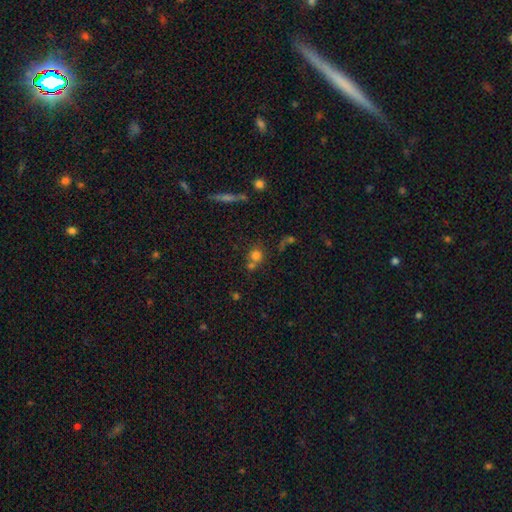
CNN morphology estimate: A smooth galaxy with no disk features (73%) that is round (85%).

Vote fractions:
- Smooth or featured? smooth: 73% / star or artifact: 15% / featured or disk: 12%
- How rounded? round: 85% / in between: 14% / cigar-shaped: 2%
- Merging? none: 48% / merger: 38% / minor disturbance: 9% / major disturbance: 5%